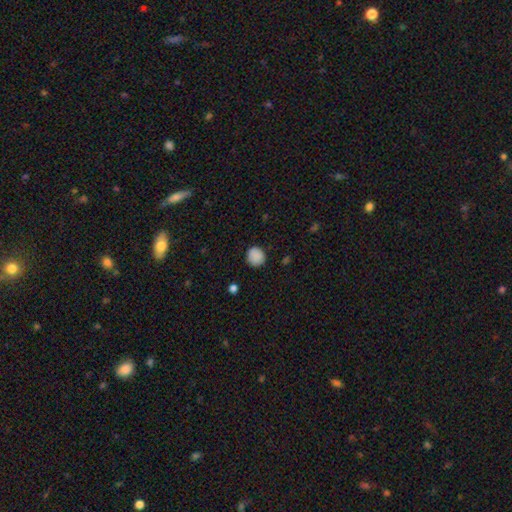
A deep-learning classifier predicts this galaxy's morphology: A smooth galaxy with no disk features (88%) that is round (88%).

Vote fractions:
- Smooth or featured? smooth: 88% / star or artifact: 9% / featured or disk: 3%
- How rounded? round: 88% / in between: 11% / cigar-shaped: 1%
- Merging? none: 86% / minor disturbance: 11% / major disturbance: 3% / merger: 1%